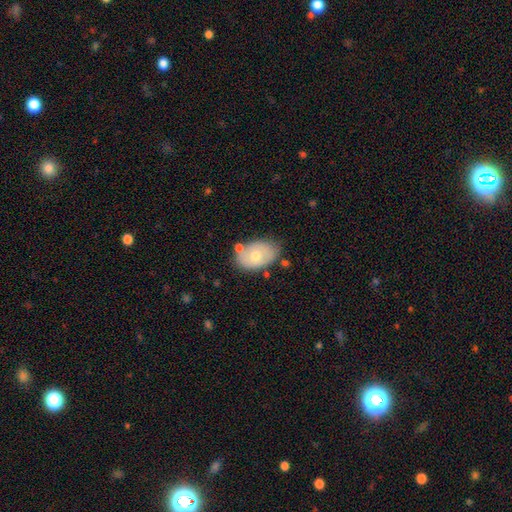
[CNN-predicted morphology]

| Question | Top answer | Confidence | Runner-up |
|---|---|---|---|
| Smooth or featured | smooth | 63% | featured or disk (30%) |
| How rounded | in between | 87% | round (12%) |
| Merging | none | 68% | minor disturbance (20%) |